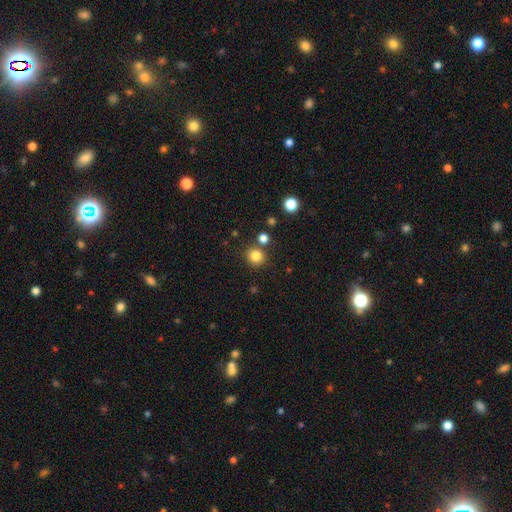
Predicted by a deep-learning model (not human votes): Smooth or featured? smooth (83%)
How rounded? round (90%)
Merging? none (82%)